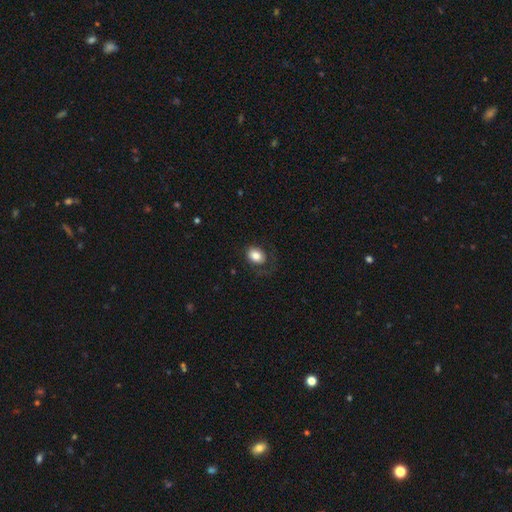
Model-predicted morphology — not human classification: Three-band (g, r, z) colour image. It shows a smooth galaxy with no disk features (79%) that is in between round and cigar-shaped (63%). Merging: none (65%).